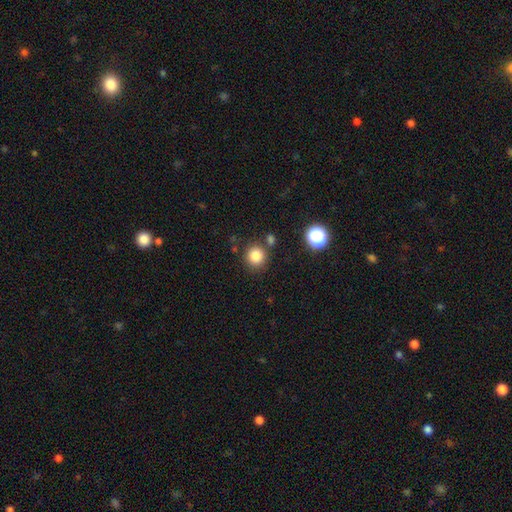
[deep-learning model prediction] This is clearly a smooth galaxy (83%). How rounded: clearly round (91%). Merging: clearly none (81%).